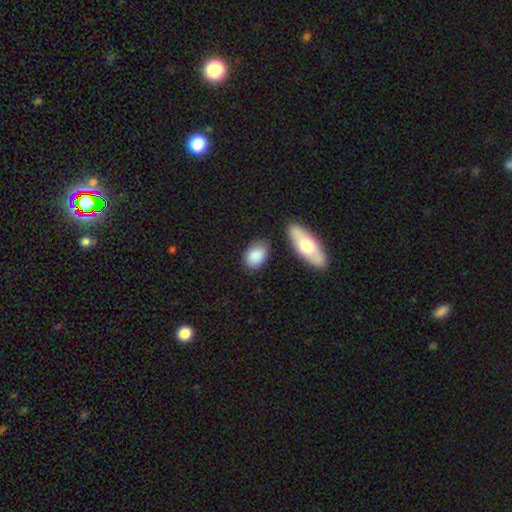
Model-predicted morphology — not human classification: type=smooth (87%); roundness=in between (84%); merging=none (71%).